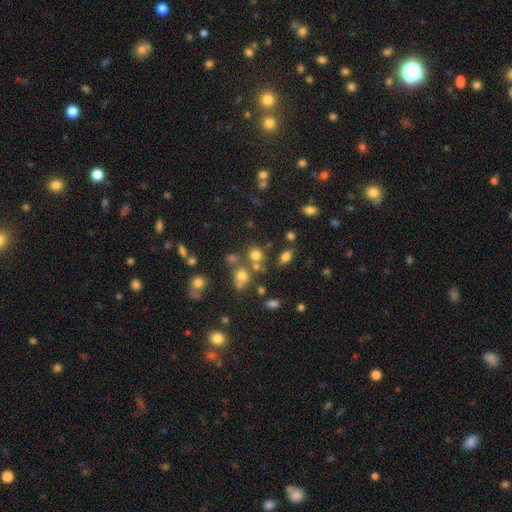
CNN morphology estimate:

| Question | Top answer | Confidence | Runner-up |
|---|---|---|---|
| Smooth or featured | smooth | 67% | star or artifact (22%) |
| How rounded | round | 78% | in between (20%) |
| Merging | none | 61% | merger (24%) |